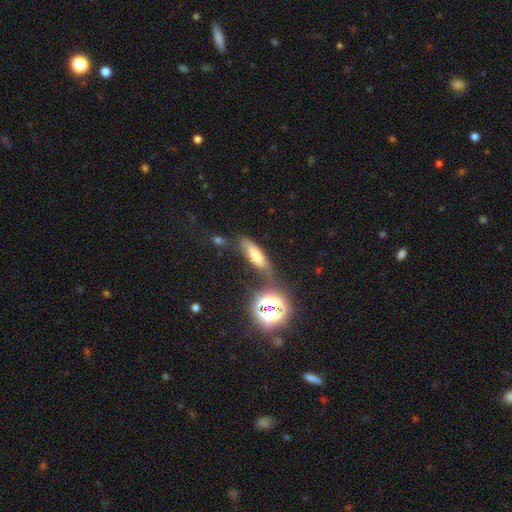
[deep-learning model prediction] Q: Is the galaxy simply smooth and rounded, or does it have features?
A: smooth — 63%.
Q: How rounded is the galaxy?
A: in between — 52%.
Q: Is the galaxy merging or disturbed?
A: none — 61%.